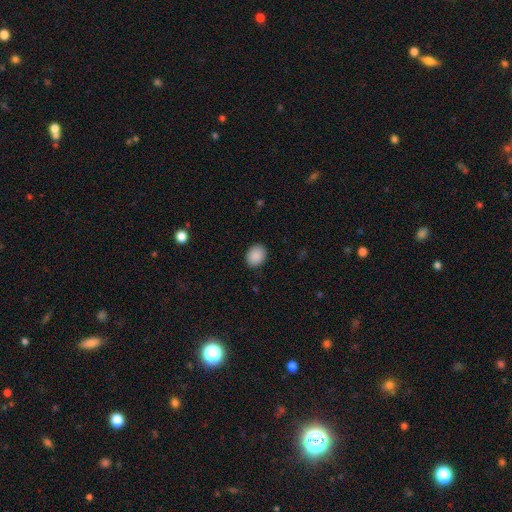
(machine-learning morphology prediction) The model was most divided on "how rounded": in between: 54%, round: 45%, cigar-shaped: 1%. More confident: smooth or featured — smooth (90%); merging — none (89%).